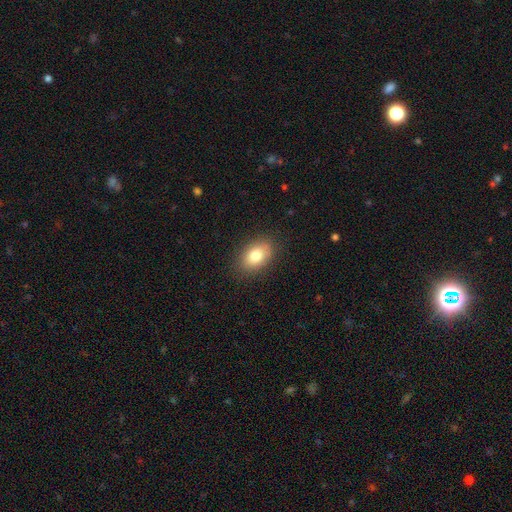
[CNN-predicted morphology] Smooth or featured?
  - smooth: 80% *
  - featured or disk: 12%
  - star or artifact: 8%
How rounded?
  - in between: 85% *
  - round: 14%
  - cigar-shaped: 1%
Merging?
  - none: 85% *
  - minor disturbance: 11%
  - major disturbance: 3%
  - merger: 1%